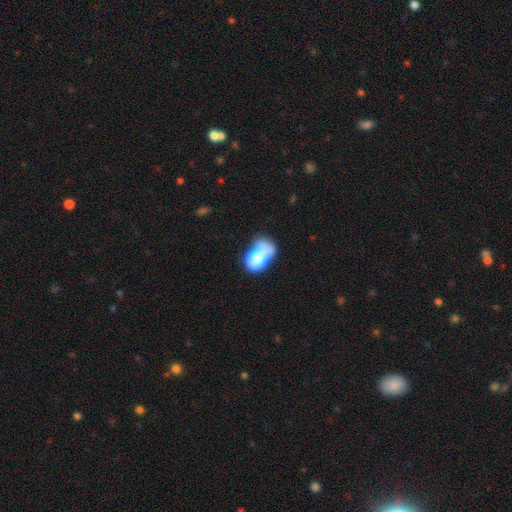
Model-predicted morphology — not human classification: Smooth or featured?
  - smooth: 65% *
  - featured or disk: 27%
  - star or artifact: 7%
How rounded?
  - in between: 89% *
  - round: 9%
  - cigar-shaped: 2%
Merging?
  - merger: 29% *
  - major disturbance: 24%
  - minor disturbance: 24%
  - none: 23%